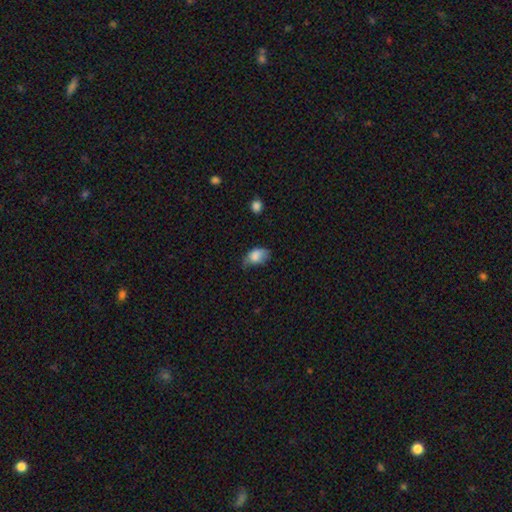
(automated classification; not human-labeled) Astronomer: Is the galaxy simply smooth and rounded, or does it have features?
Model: smooth — 81%.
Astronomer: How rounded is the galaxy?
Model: in between — 85%.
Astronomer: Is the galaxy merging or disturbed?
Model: minor disturbance — 44% (runner-up: none, 32%).